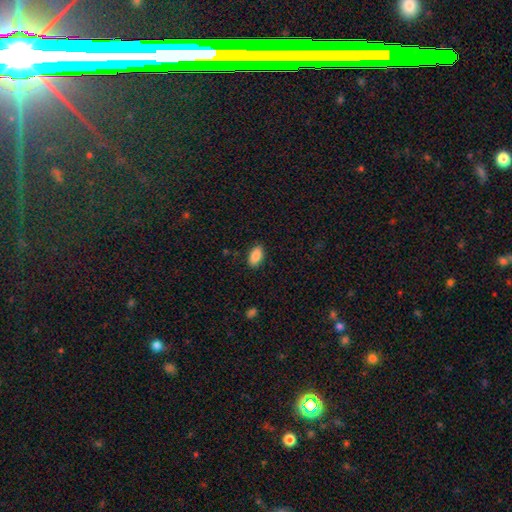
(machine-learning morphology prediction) Smooth or featured?
  - smooth: 87% *
  - star or artifact: 7%
  - featured or disk: 5%
How rounded?
  - in between: 93% *
  - round: 5%
  - cigar-shaped: 2%
Merging?
  - none: 87% *
  - minor disturbance: 9%
  - major disturbance: 2%
  - merger: 1%